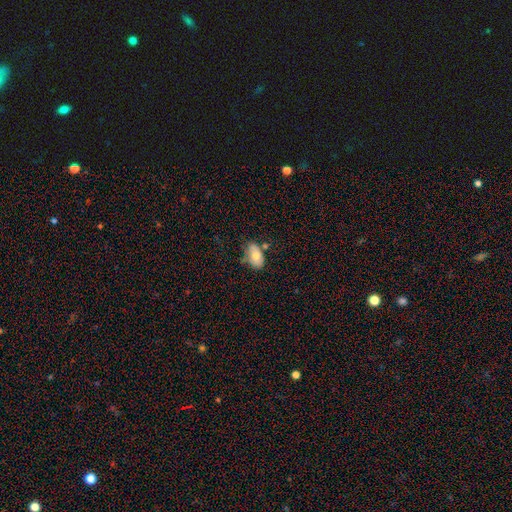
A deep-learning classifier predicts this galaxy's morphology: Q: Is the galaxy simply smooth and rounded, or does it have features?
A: smooth — 73%.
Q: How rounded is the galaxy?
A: in between — 91%.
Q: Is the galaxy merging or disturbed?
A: none — 55%.